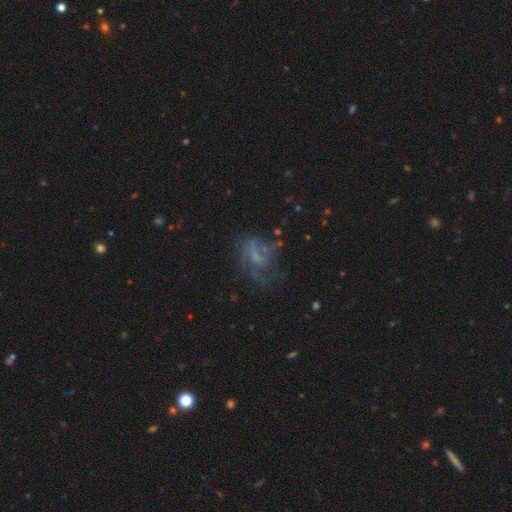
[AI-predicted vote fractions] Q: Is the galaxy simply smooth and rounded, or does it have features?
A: featured or disk — 56%.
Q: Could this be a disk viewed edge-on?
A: no — 97%.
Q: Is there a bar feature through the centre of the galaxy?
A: no — 61%.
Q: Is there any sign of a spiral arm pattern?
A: yes — 52%.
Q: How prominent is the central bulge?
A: none — 43%.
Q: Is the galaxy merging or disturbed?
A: none — 39%.